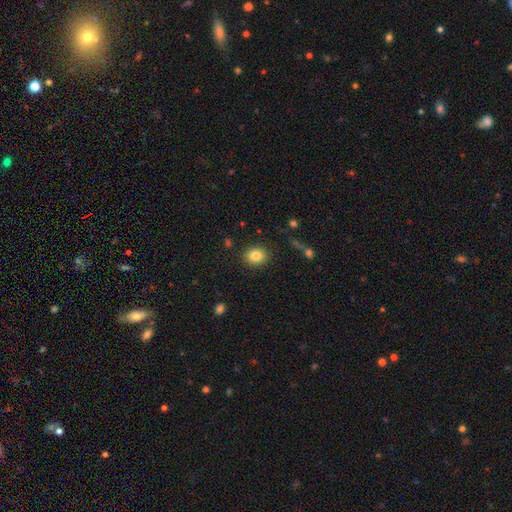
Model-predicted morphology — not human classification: Smooth or featured? smooth (83%)
How rounded? round (59%)
Merging? none (88%)